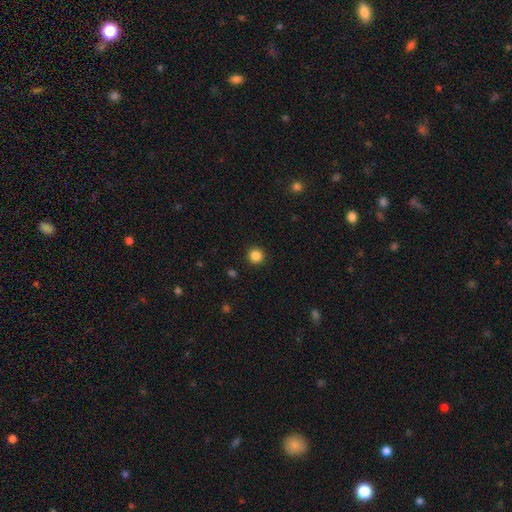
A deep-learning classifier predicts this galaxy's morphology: Q: Smooth or featured?
A: smooth (86%); runner-up: star or artifact (11%)
Q: How rounded?
A: round (95%); runner-up: in between (4%)
Q: Merging?
A: none (92%); runner-up: minor disturbance (5%)